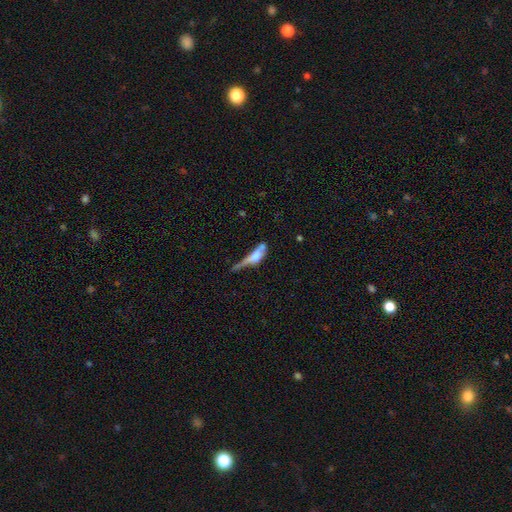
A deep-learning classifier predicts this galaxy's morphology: smooth 50%, featured or disk 40%, star or artifact 10%. Down the decision tree: how rounded — cigar-shaped (54%); merging — major disturbance (35%).